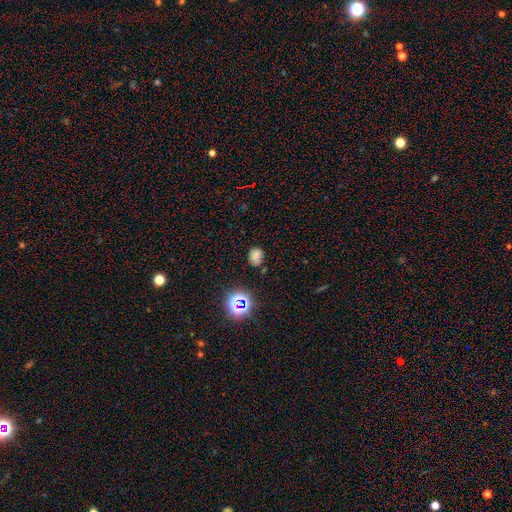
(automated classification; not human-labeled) Overall: smooth (67%). How rounded: in between (58%; round 41%). Merging: none (68%).